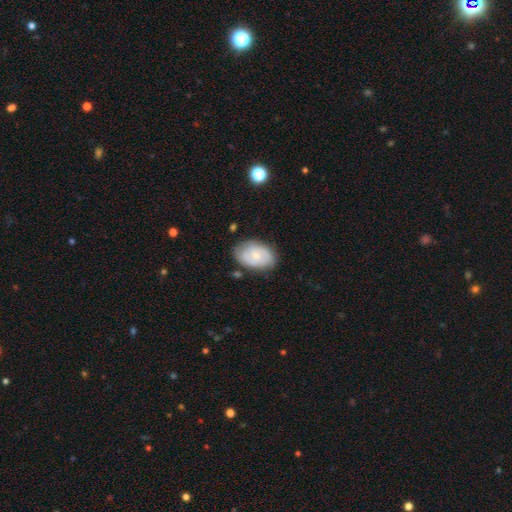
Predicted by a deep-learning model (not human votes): Overall: featured or disk (54%; smooth 39%). Edge-on disk: no (96%). Bar: no (71%). Spiral arms: yes (74%). Bulge size: small (56%; moderate 38%). Merging: none (74%).